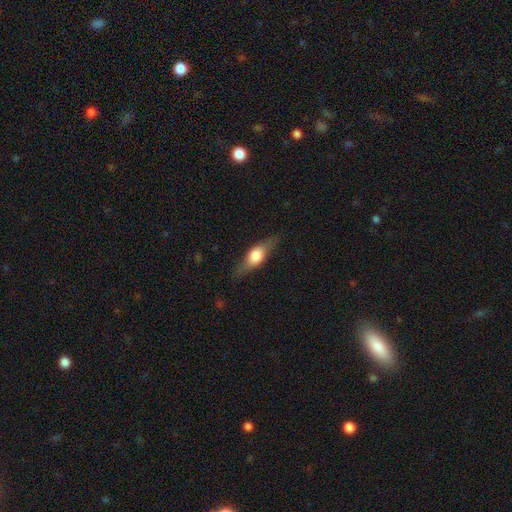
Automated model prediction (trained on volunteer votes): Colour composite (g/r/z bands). It shows a smooth galaxy with no disk features (47%, tied with featured or disk). Merging: none (80%).